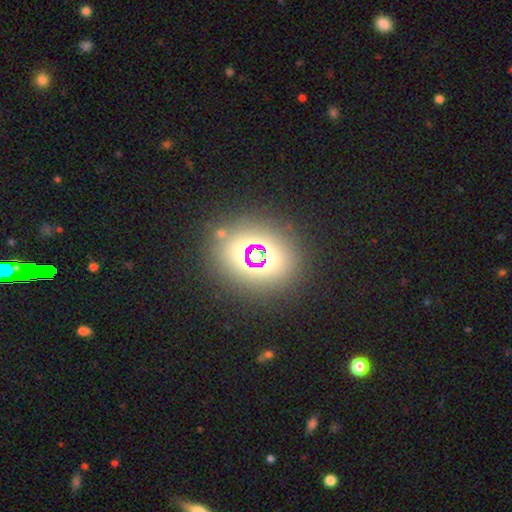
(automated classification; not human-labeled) Smooth or featured? star or artifact (54%)